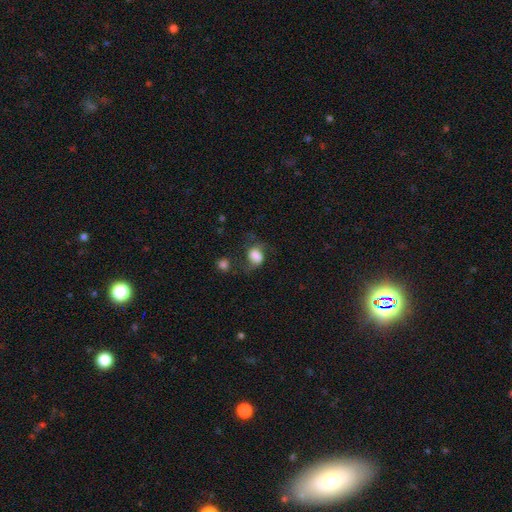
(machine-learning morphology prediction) Smooth or featured? Predicted: smooth (p=0.72). How rounded? Predicted: in between (p=0.59). Merging? Predicted: none (p=0.42).